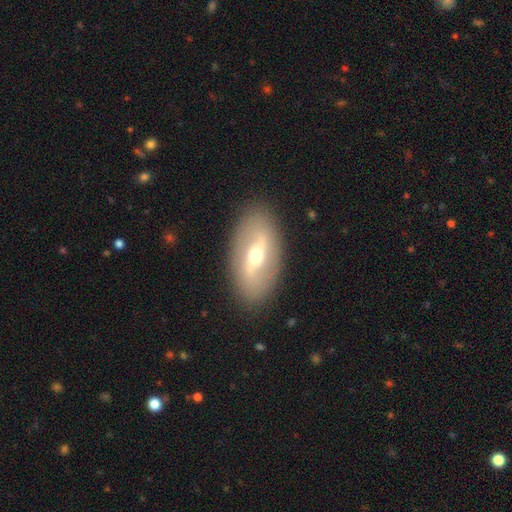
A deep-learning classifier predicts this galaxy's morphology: This appears to be a featured or disk galaxy (67%) with a strong bar (42%), spiral arms (53%) and a moderate central bulge (66%). Merging: none (87%).